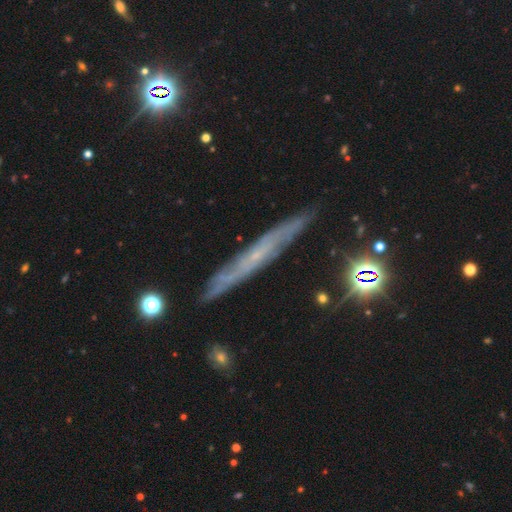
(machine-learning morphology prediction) This is likely a featured or disk galaxy (65%). It is clearly viewed edge-on (86%). Edge-on bulge: likely none (77%). Merging: clearly none (84%).